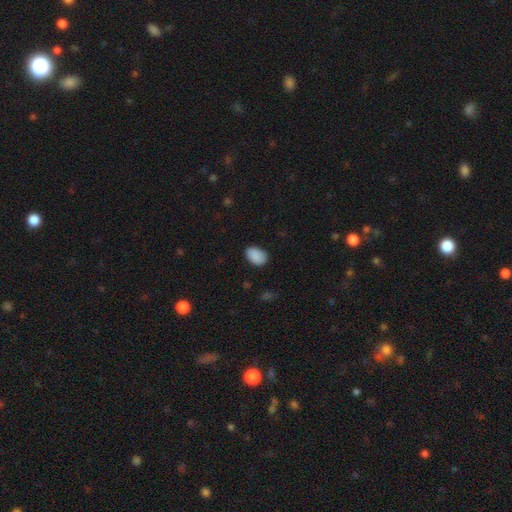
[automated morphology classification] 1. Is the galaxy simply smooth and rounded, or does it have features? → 90% smooth, 7% star or artifact, 3% featured or disk.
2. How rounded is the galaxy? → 88% in between, 11% round, 1% cigar-shaped.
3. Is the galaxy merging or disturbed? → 84% none, 12% minor disturbance, 3% major disturbance, 1% merger.